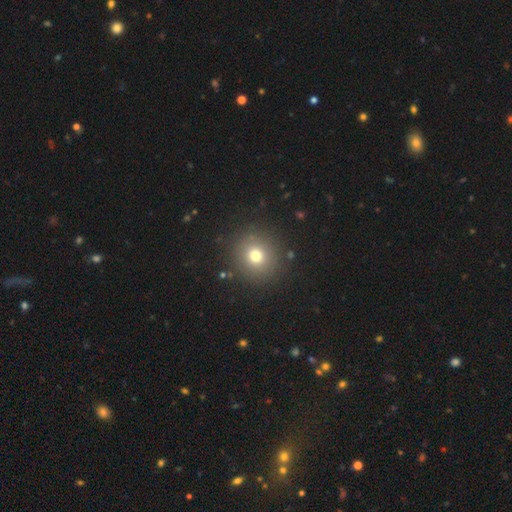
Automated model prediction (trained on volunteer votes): smooth 73%, star or artifact 16%, featured or disk 11%. Down the decision tree: how rounded — round (91%); merging — none (88%).